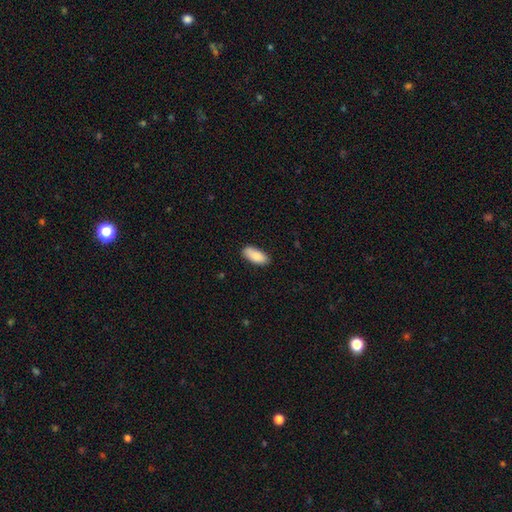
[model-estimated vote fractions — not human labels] smooth-or-featured: smooth: 88% | star or artifact: 6% | featured or disk: 6%
  how-rounded: in between: 88% | cigar-shaped: 10% | round: 2%
  merging: none: 82% | minor disturbance: 14% | major disturbance: 2% | merger: 1%